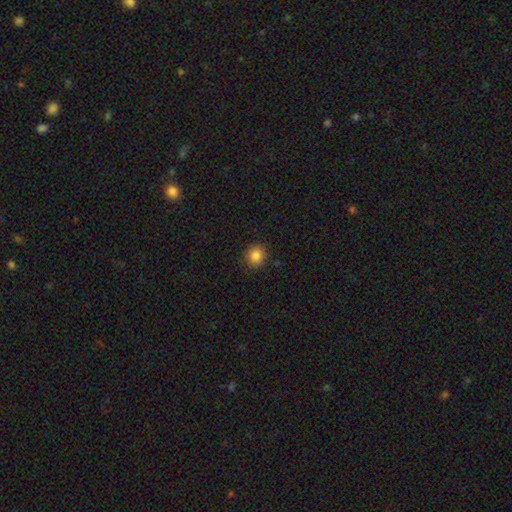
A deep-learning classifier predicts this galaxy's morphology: A smooth galaxy with no disk features (84%) that is round (89%). Merging: none (90%).